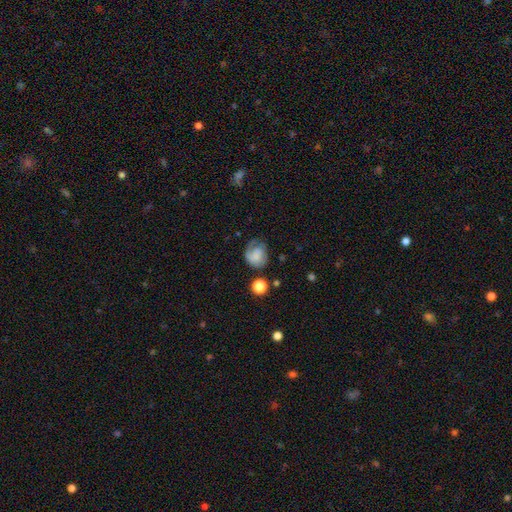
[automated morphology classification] This appears to be a smooth galaxy with no disk features (56%) that is round (60%). Merging: none (44%).